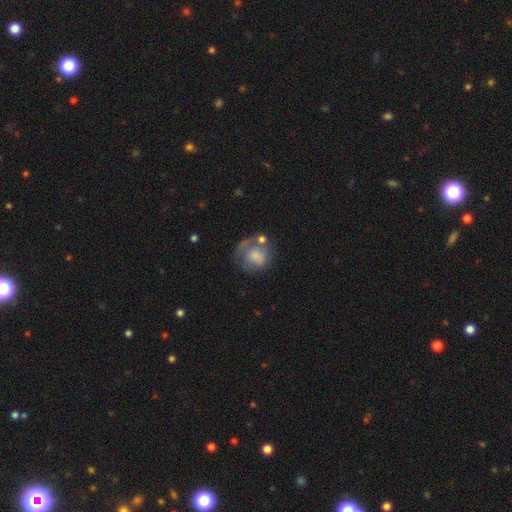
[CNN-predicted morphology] type=smooth (58%); roundness=round (75%); merging=none (37%).